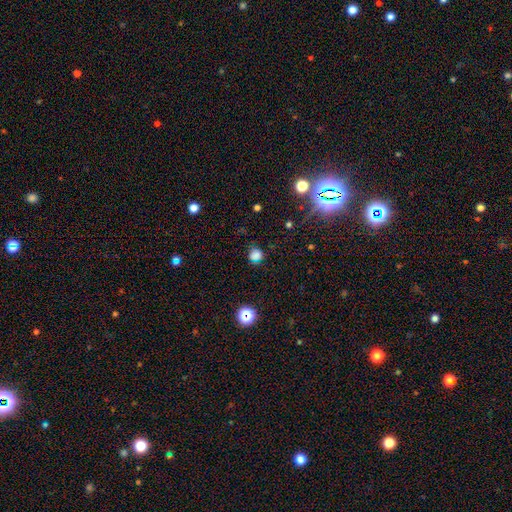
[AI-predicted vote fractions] smooth-or-featured: smooth: 64% | star or artifact: 29% | featured or disk: 7%
  how-rounded: round: 84% | in between: 15% | cigar-shaped: 1%
  merging: none: 76% | minor disturbance: 15% | major disturbance: 6% | merger: 3%